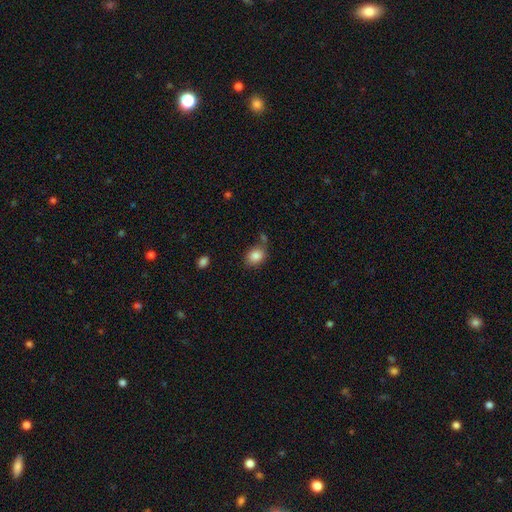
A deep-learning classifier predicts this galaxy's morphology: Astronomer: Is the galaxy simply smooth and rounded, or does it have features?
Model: smooth — 85%.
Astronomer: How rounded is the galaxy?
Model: in between — 60% (runner-up: round, 39%).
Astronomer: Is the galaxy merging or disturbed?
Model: none — 69%.